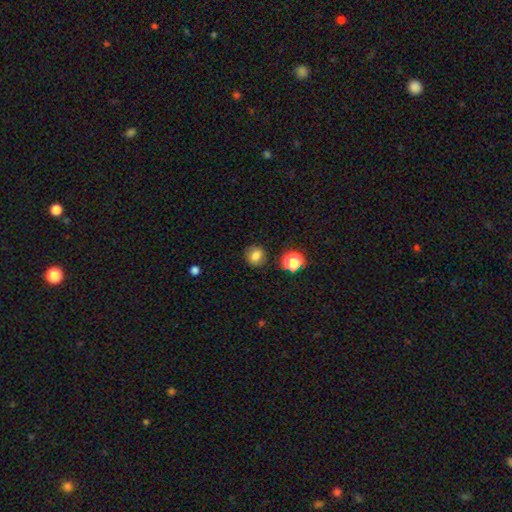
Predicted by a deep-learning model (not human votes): A smooth galaxy with no disk features (80%) that is round (80%). Merging: none (87%).